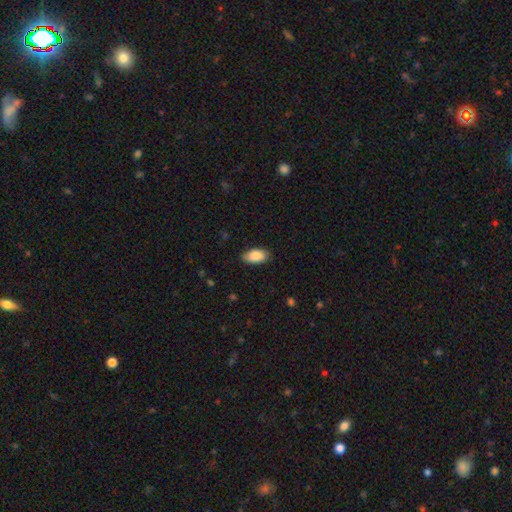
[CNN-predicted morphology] A smooth galaxy with no disk features (89%) that is in between round and cigar-shaped (94%). Merging: none (85%).